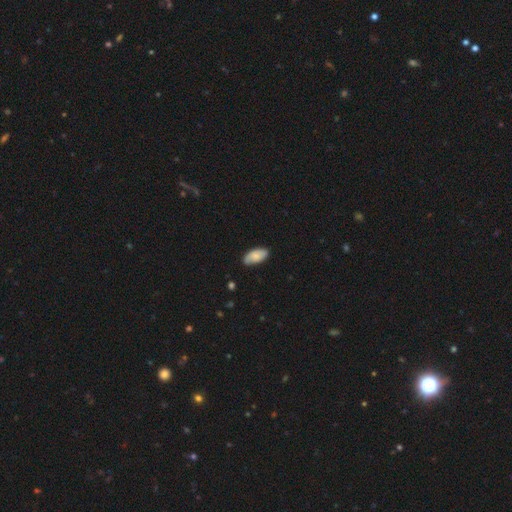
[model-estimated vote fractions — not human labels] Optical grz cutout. It shows a smooth galaxy with no disk features (73%) that is in between round and cigar-shaped (93%). Merging: none (77%).